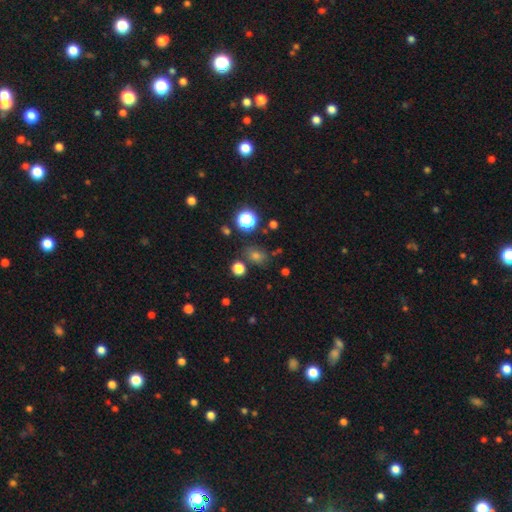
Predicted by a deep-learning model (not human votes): Q: Smooth or featured?
A: smooth (64%); runner-up: star or artifact (28%)
Q: How rounded?
A: round (52%); runner-up: in between (47%)
Q: Merging?
A: none (77%); runner-up: minor disturbance (12%)